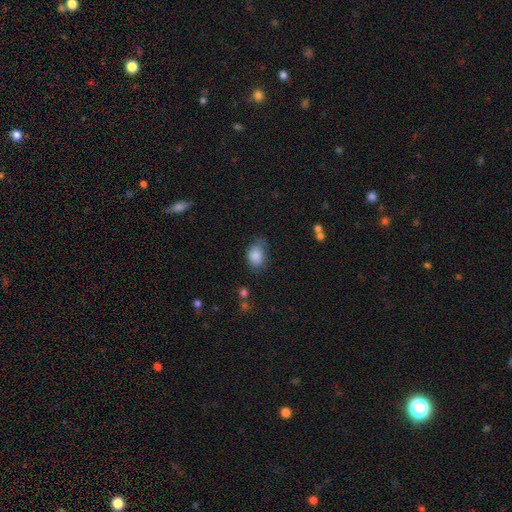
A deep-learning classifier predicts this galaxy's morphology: Smooth or featured: smooth — 85% (star or artifact — 8%)
How rounded: in between — 75% (round — 23%)
Merging: none — 54% (minor disturbance — 33%)